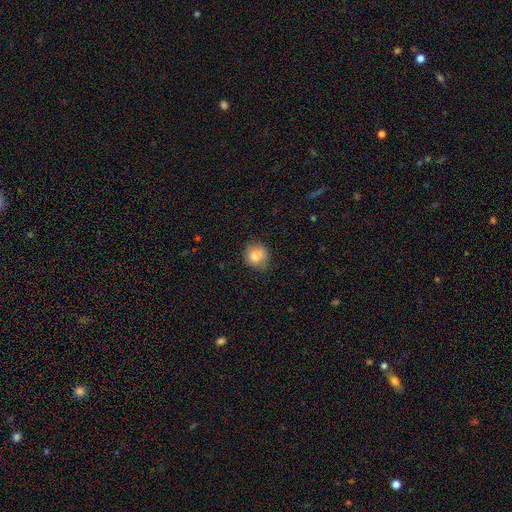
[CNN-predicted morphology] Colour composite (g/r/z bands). It shows a smooth galaxy with no disk features (82%) that is round (80%). Merging: none (77%).